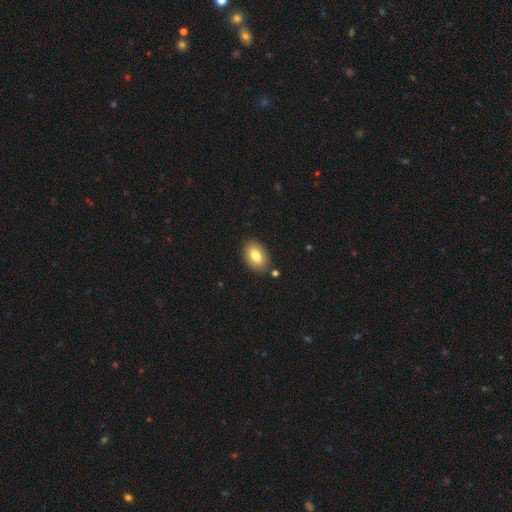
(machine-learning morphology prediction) smooth 80%, featured or disk 12%, star or artifact 8%. Down the decision tree: how rounded — in between (87%); merging — none (86%).